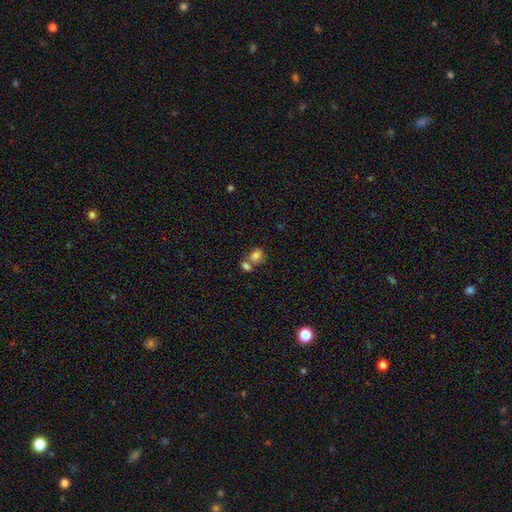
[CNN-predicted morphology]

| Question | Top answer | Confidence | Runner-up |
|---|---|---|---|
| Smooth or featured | smooth | 77% | featured or disk (12%) |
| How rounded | in between | 64% | round (35%) |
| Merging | merger | 53% | none (32%) |